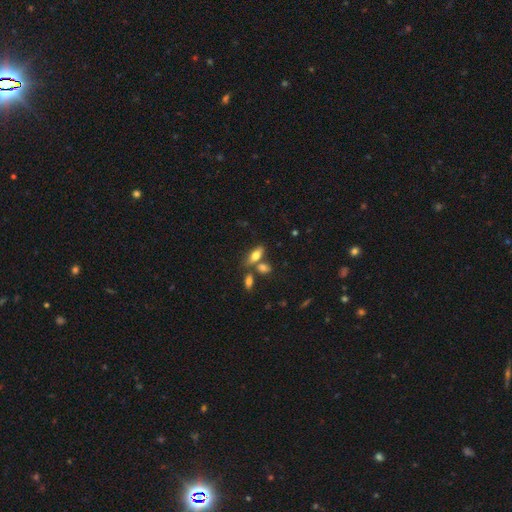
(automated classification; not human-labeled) A smooth galaxy with no disk features (74%) that is in between round and cigar-shaped (80%).

Vote fractions:
- Smooth or featured? smooth: 74% / featured or disk: 18% / star or artifact: 8%
- How rounded? in between: 80% / cigar-shaped: 16% / round: 4%
- Merging? none: 55% / merger: 28% / minor disturbance: 12% / major disturbance: 4%